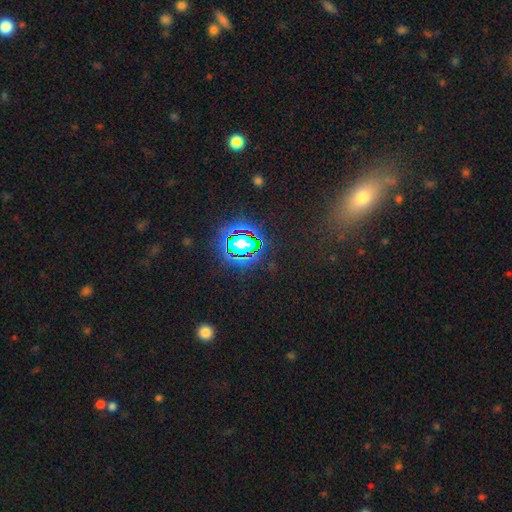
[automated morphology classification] A star or artifact, not a galaxy (57%).